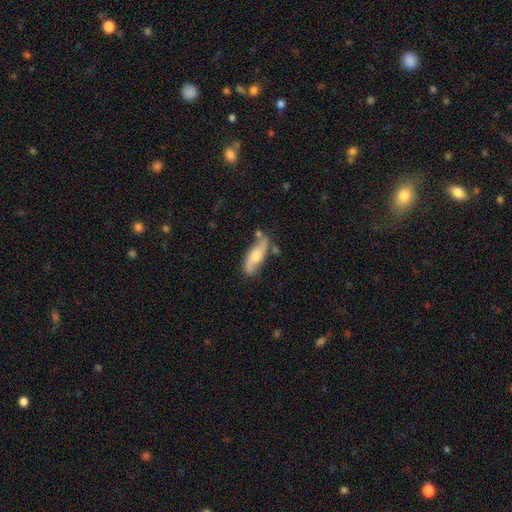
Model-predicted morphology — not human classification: A featured or disk galaxy (51%). Merging: none (61%).